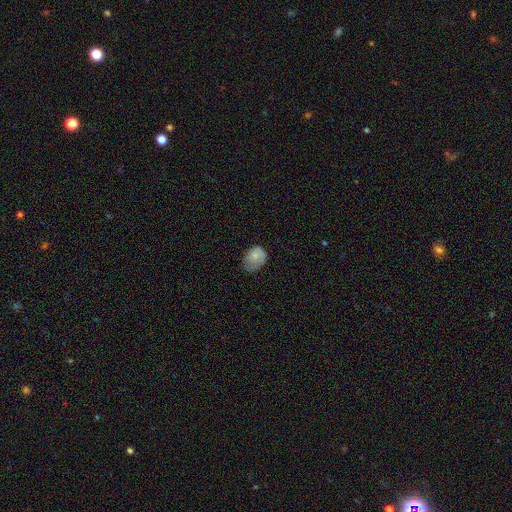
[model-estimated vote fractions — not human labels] Q: Smooth or featured?
A: smooth (77%); runner-up: featured or disk (15%)
Q: How rounded?
A: in between (63%); runner-up: round (36%)
Q: Merging?
A: none (42%); runner-up: minor disturbance (41%)